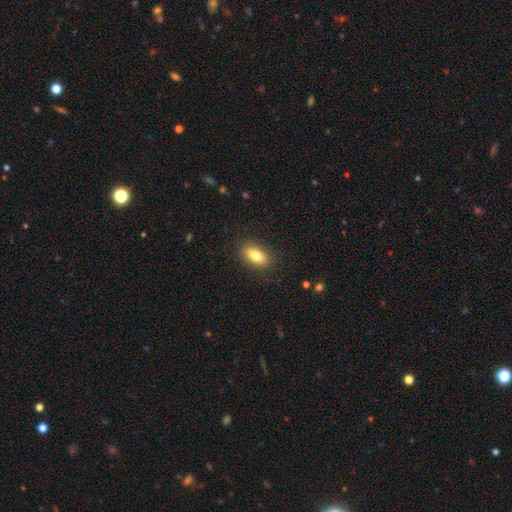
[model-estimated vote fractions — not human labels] smooth 79%, featured or disk 13%, star or artifact 8%. Down the decision tree: how rounded — in between (85%); merging — none (87%).